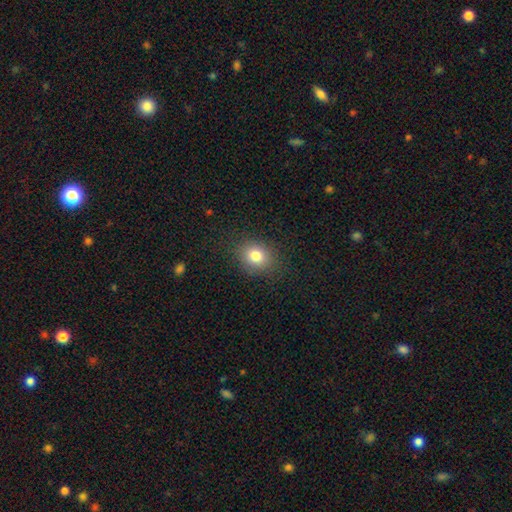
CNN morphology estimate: smooth-or-featured: smooth: 80% | star or artifact: 12% | featured or disk: 8%
  how-rounded: round: 63% | in between: 36% | cigar-shaped: 1%
  merging: none: 86% | minor disturbance: 9% | major disturbance: 4% | merger: 1%